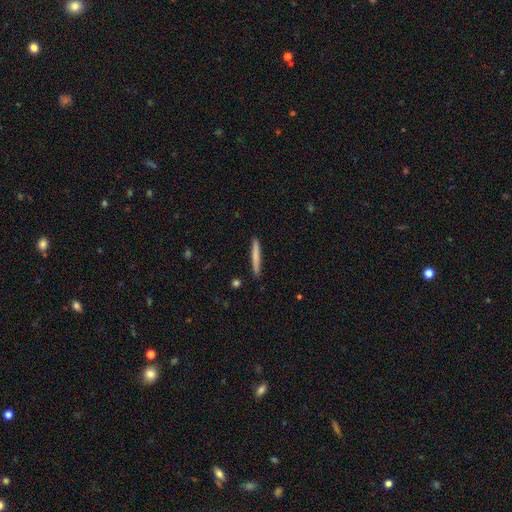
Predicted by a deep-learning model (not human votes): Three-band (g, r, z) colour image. It shows a smooth galaxy with no disk features (74%) that is cigar-shaped (96%). Merging: none (91%).